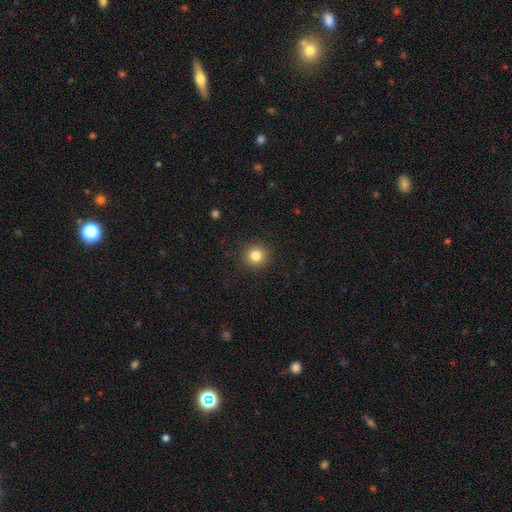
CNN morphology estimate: The model was most divided on "smooth or featured": smooth: 83%, star or artifact: 11%, featured or disk: 6%. More confident: how rounded — round (93%); merging — none (91%).